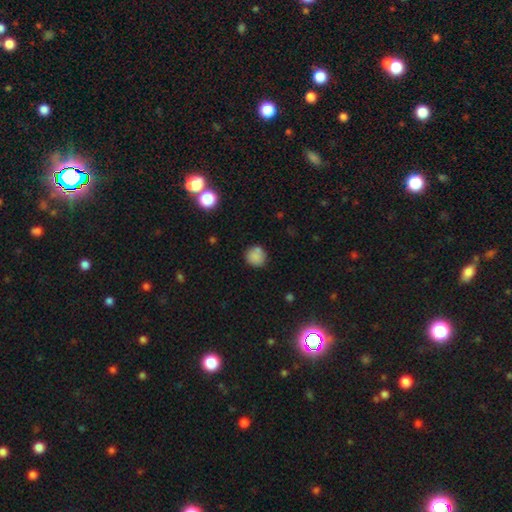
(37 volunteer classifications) Smooth or featured? smooth (89%)
How rounded? round (97%)
Merging? none (85%)